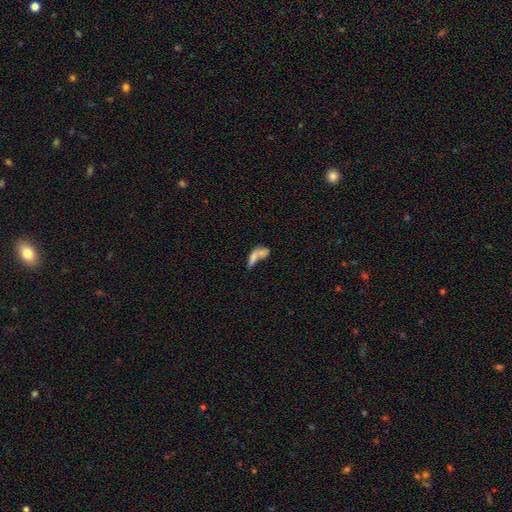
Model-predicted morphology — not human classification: This is likely a smooth galaxy (64%). How rounded: likely in between (66%). Merging: likely merger (60%).